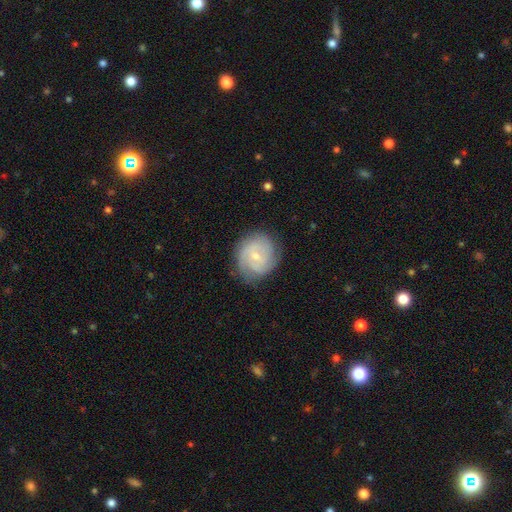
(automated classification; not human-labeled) Smooth or featured?
  - featured or disk: 68% *
  - smooth: 25%
  - star or artifact: 7%
Edge-on disk?
  - no: 98% *
  - yes: 2%
Bar?
  - no: 51% *
  - weak: 43%
  - strong: 6%
Spiral arms?
  - yes: 92% *
  - no: 8%
Spiral winding?
  - tight: 61% *
  - medium: 31%
  - loose: 8%
Spiral arm count?
  - 2: 31% * (tied)
  - can't tell: 31% * (tied)
  - 3: 23%
  - 4: 6%
  - 1: 5%
  - more than 4: 4%
Bulge size?
  - small: 65% *
  - moderate: 30%
  - none: 3%
  - large: 1%
  - dominant: 1%
Merging?
  - none: 77% *
  - minor disturbance: 17%
  - major disturbance: 5%
  - merger: 1%